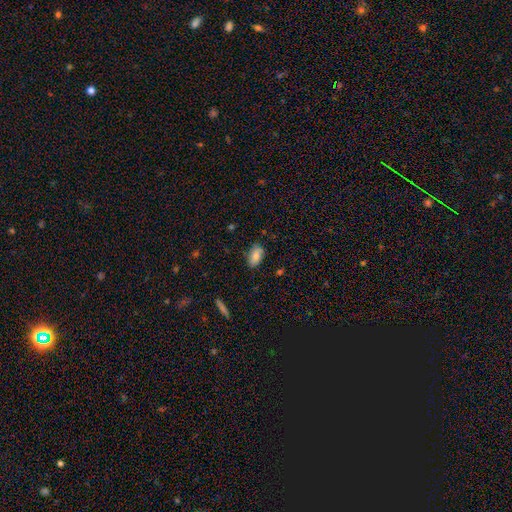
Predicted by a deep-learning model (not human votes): Smooth or featured?
  - smooth: 78% *
  - featured or disk: 14%
  - star or artifact: 8%
How rounded?
  - in between: 92% *
  - round: 5%
  - cigar-shaped: 4%
Merging?
  - none: 79% *
  - minor disturbance: 17%
  - major disturbance: 3%
  - merger: 2%